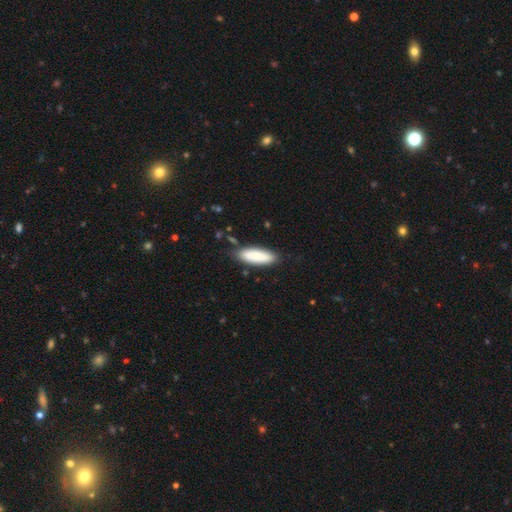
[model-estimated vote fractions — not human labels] A smooth galaxy with no disk features (81%) that is in between round and cigar-shaped (68%). Merging: none (79%).